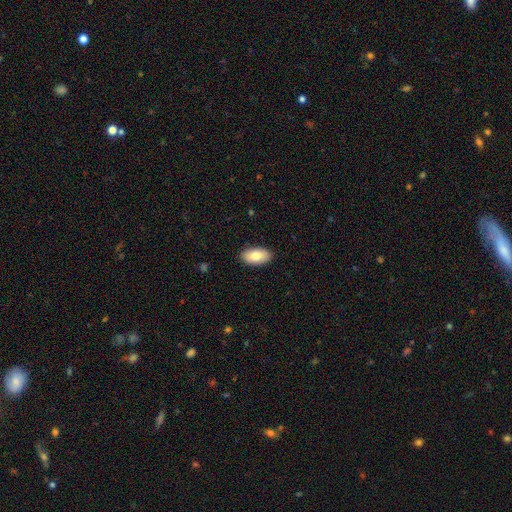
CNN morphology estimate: smooth_or_featured: smooth (p=0.81) [alt: featured or disk p=0.12]
how_rounded: in between (p=0.95) [alt: round p=0.03]
merging: none (p=0.89) [alt: minor disturbance p=0.08]